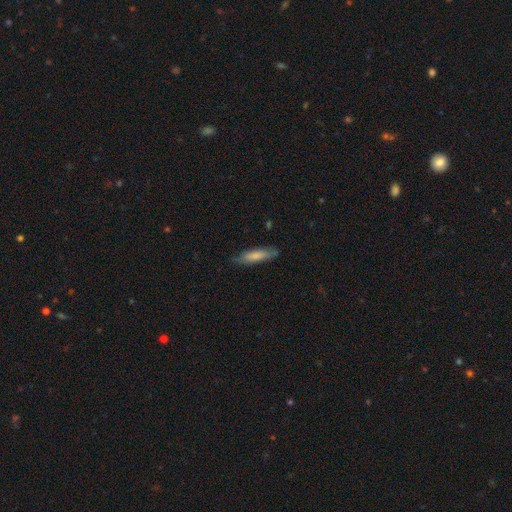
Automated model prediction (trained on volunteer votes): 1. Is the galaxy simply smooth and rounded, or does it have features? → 76% smooth, 19% featured or disk, 6% star or artifact.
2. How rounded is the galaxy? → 74% cigar-shaped, 25% in between, 1% round.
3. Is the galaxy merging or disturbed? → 78% none, 18% minor disturbance, 3% major disturbance, 1% merger.